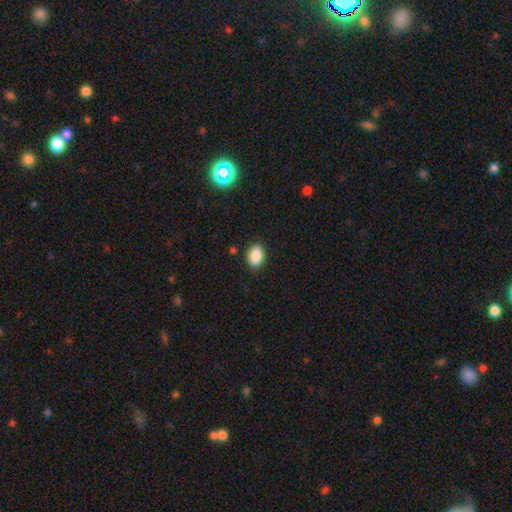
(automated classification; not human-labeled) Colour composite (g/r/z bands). It shows a smooth galaxy with no disk features (87%) that is in between round and cigar-shaped (86%). Merging: none (87%).